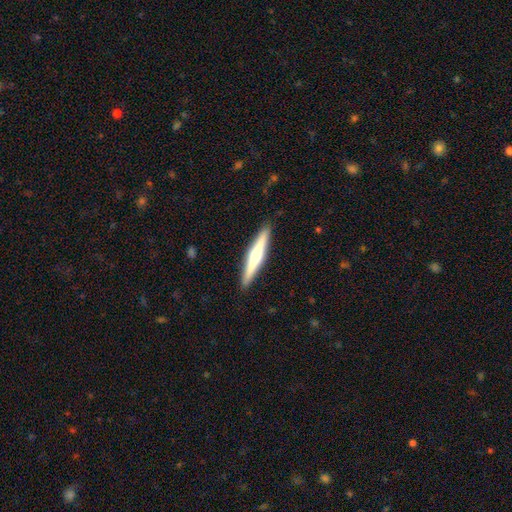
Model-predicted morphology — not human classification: featured or disk 56%, smooth 39%, star or artifact 5%. Down the decision tree: edge-on disk — yes (97%); edge-on bulge — rounded (76%); merging — none (91%).